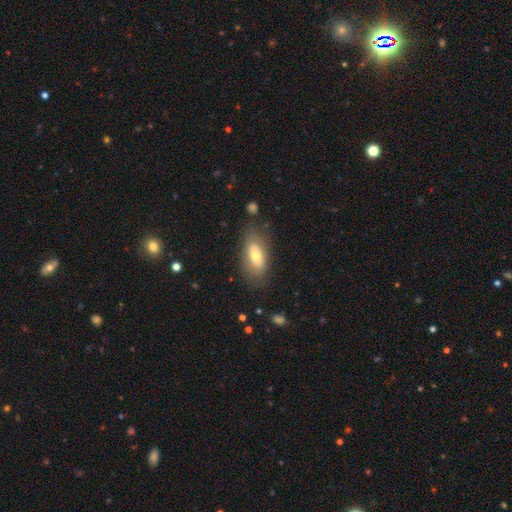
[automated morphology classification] A smooth galaxy with no disk features (57%) that is in between round and cigar-shaped (85%). Merging: none (74%).